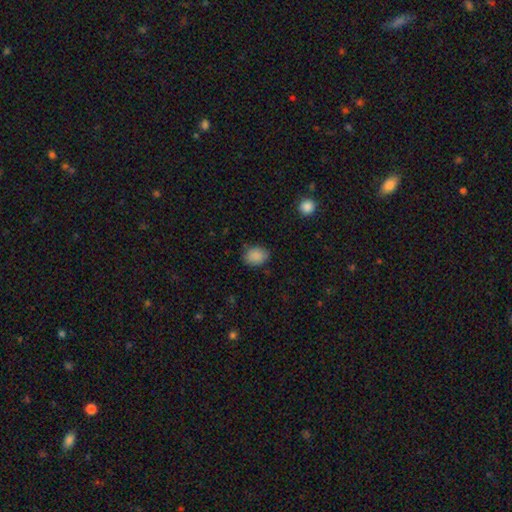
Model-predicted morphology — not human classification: smooth-or-featured: smooth: 87% | star or artifact: 8% | featured or disk: 5%
  how-rounded: in between: 62% | round: 37% | cigar-shaped: 1%
  merging: none: 76% | minor disturbance: 19% | major disturbance: 4% | merger: 1%